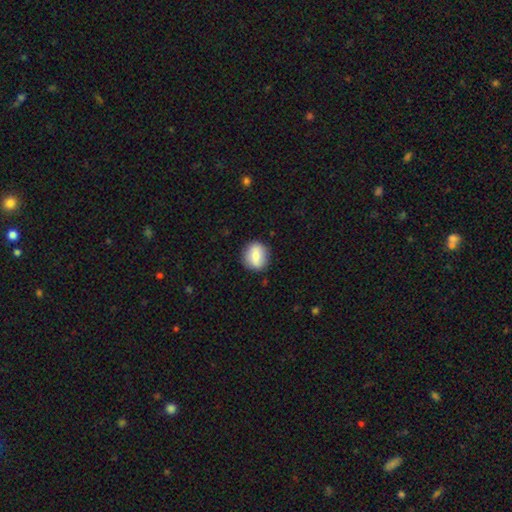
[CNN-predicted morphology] smooth_or_featured: smooth (p=0.73) [alt: featured or disk p=0.19]
how_rounded: round (p=0.70) [alt: in between p=0.28]
merging: none (p=0.86) [alt: minor disturbance p=0.10]